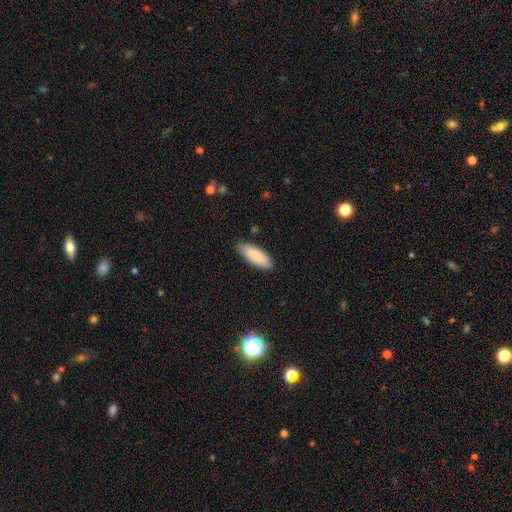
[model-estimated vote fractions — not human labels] The model was most divided on "how rounded": in between: 71%, cigar-shaped: 27%, round: 1%. More confident: smooth or featured — smooth (89%); merging — none (86%).